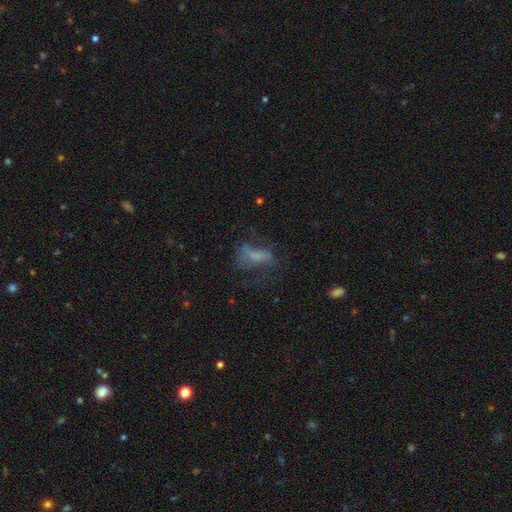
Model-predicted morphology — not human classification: A smooth galaxy with no disk features (42%). Merging: major disturbance (39%).